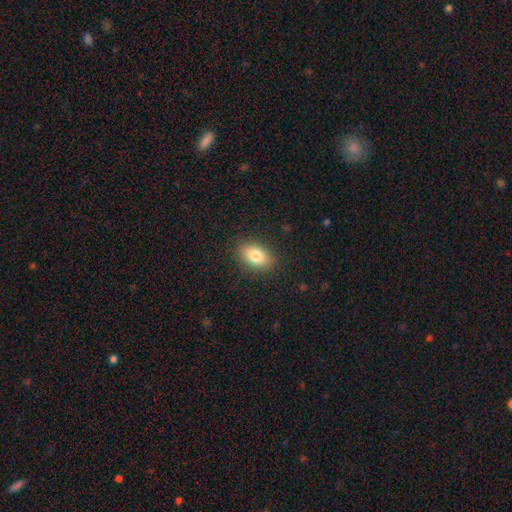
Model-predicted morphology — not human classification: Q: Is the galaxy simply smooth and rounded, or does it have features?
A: smooth — 81%.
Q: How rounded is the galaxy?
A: in between — 86%.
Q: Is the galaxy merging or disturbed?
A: none — 87%.